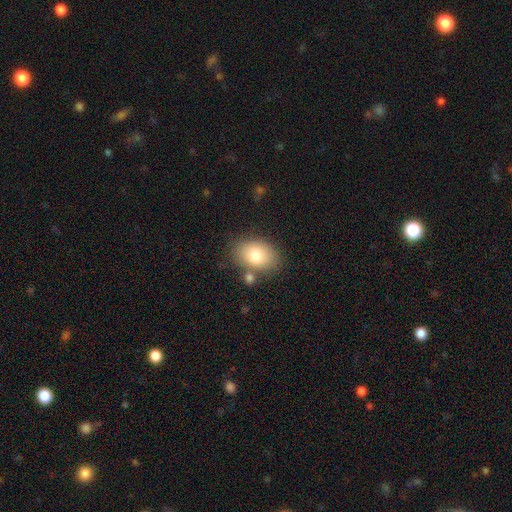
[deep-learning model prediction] Morphology: type=smooth (79%); roundness=in between (78%); merging=none (72%).